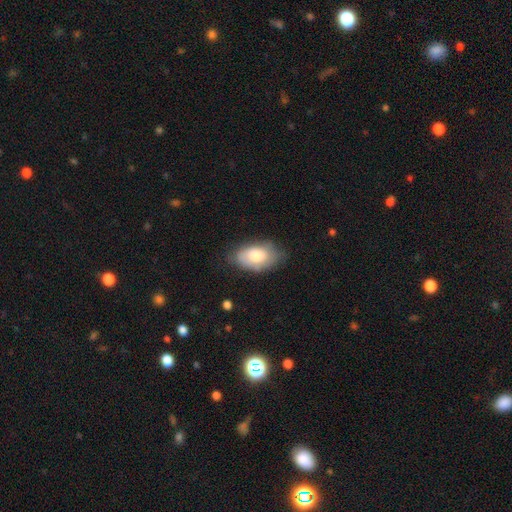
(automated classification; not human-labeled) This appears to be a smooth galaxy with no disk features (74%) that is in between round and cigar-shaped (93%). Merging: none (64%).